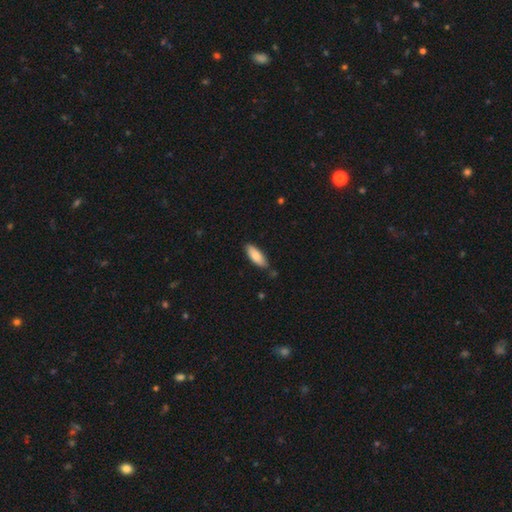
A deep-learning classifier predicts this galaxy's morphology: Q: Smooth or featured?
A: smooth (83%); runner-up: featured or disk (11%)
Q: How rounded?
A: in between (67%); runner-up: cigar-shaped (31%)
Q: Merging?
A: none (80%); runner-up: minor disturbance (15%)